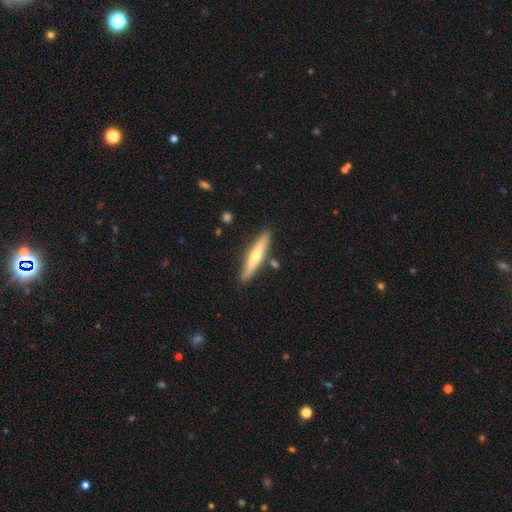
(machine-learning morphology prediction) Smooth or featured? featured or disk (51%)
Edge-on disk? yes (92%)
Merging? none (85%)